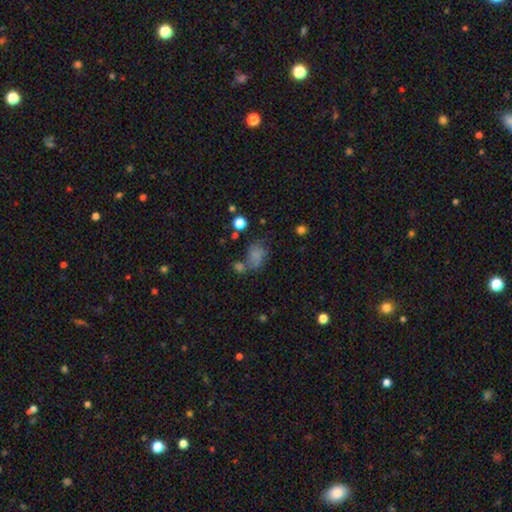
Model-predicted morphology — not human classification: smooth 65%, featured or disk 18%, star or artifact 17%. Down the decision tree: how rounded — in between (67%); merging — none (35%).